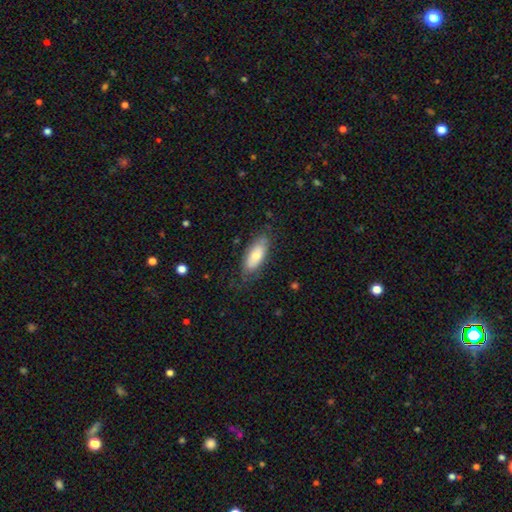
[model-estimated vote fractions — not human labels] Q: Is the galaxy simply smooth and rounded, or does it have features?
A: smooth — 68%.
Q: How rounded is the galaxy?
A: in between — 80%.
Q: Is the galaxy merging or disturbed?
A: none — 73%.